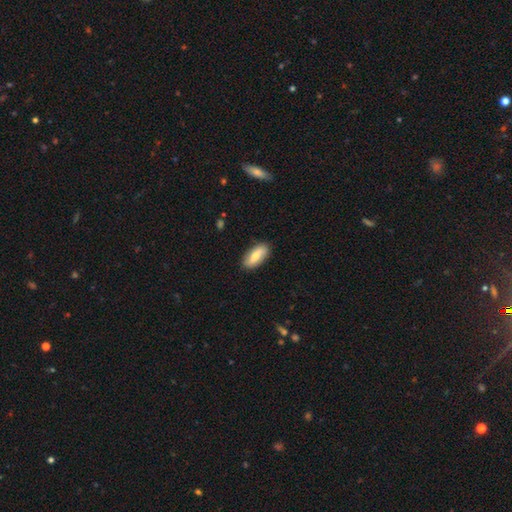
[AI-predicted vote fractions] The model was most divided on "smooth or featured": smooth: 65%, featured or disk: 30%, star or artifact: 6%. More confident: merging — none (87%); how rounded — in between (86%).